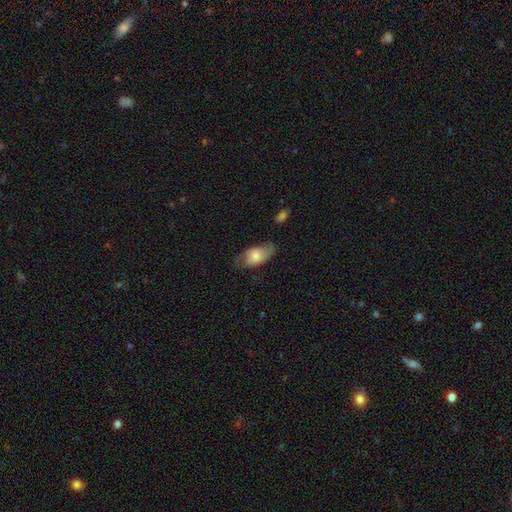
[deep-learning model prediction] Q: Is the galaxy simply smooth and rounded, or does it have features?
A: smooth — 68%.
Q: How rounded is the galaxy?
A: in between — 91%.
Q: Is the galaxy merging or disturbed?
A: none — 52%.